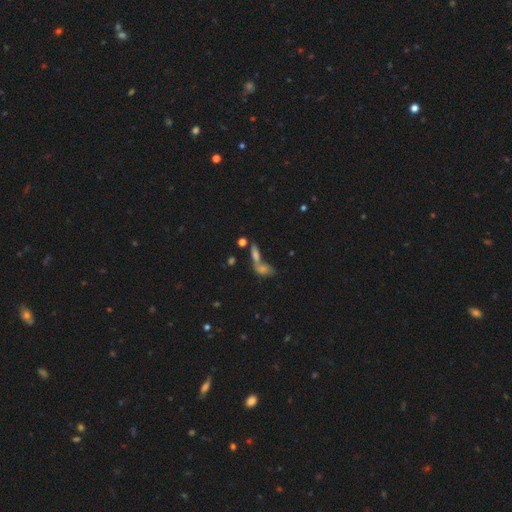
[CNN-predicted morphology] Smooth or featured? smooth (56%)
How rounded? in between (59%)
Merging? merger (57%)